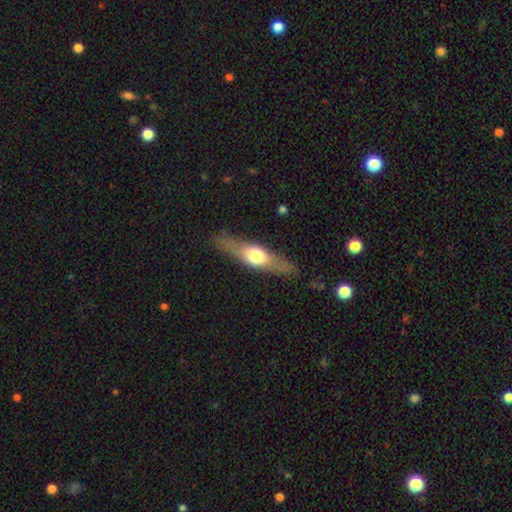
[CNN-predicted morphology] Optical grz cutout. It shows a featured or disk galaxy (54%) viewed edge-on (87%). Merging: none (84%).